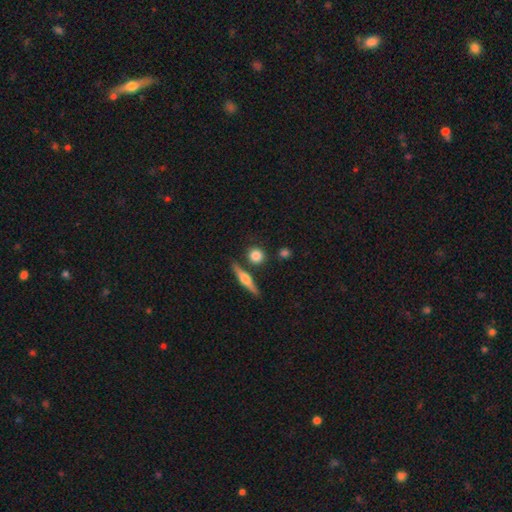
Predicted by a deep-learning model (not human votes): Smooth or featured? smooth (75%)
How rounded? round (81%)
Merging? none (78%)